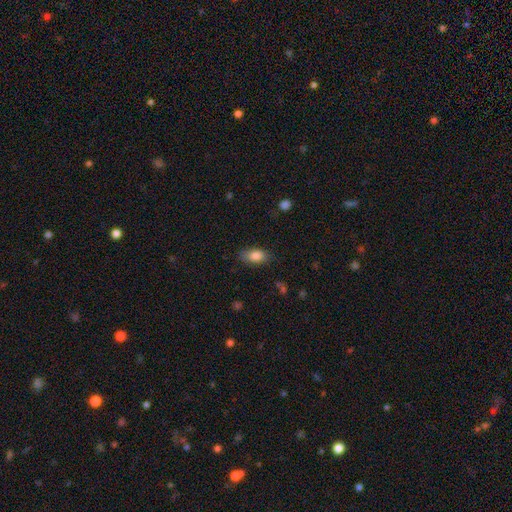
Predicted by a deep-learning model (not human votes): Smooth or featured? smooth (84%)
How rounded? in between (89%)
Merging? none (82%)